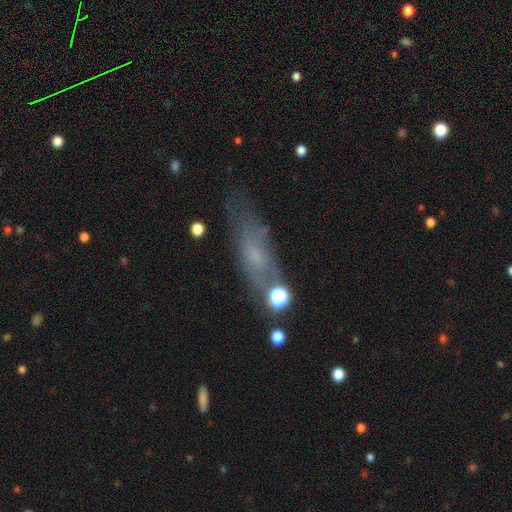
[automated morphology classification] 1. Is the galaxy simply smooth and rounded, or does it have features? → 46% smooth, 38% featured or disk, 16% star or artifact.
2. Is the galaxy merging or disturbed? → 60% none, 22% minor disturbance, 12% major disturbance, 6% merger.